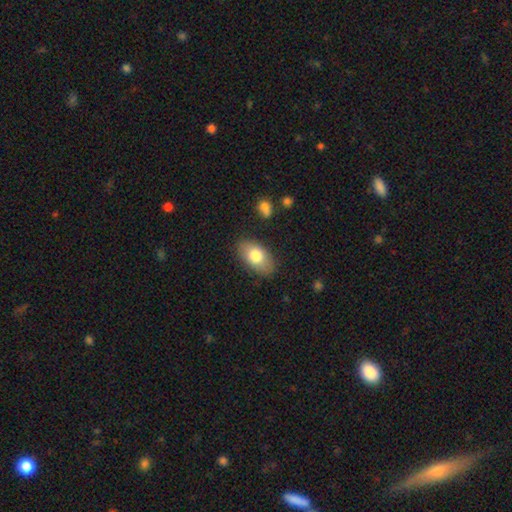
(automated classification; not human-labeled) smooth_or_featured: smooth (p=0.78) [alt: featured or disk p=0.15]
how_rounded: in between (p=0.93) [alt: round p=0.05]
merging: none (p=0.84) [alt: minor disturbance p=0.12]